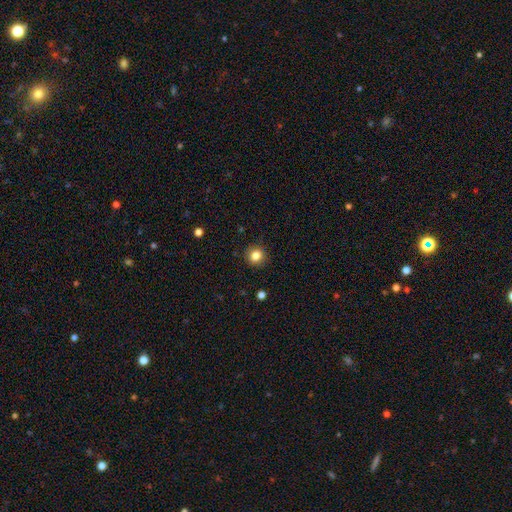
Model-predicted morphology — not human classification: Smooth or featured? smooth (84%)
How rounded? round (90%)
Merging? none (90%)